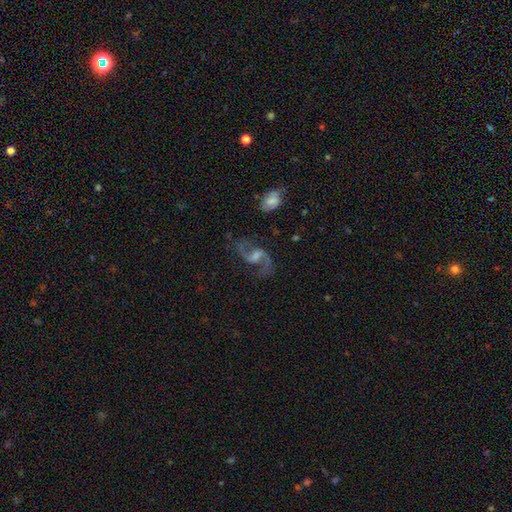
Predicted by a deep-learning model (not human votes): This appears to be a featured or disk galaxy (87%) with a weak bar (55%), 2 (93%) loose (54%) spiral arms (97%) and a small central bulge (38%). Merging: none (77%).